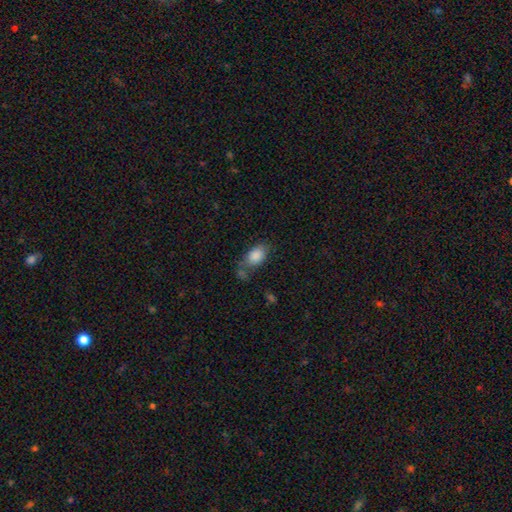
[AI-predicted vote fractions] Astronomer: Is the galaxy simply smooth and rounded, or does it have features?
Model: smooth — 85%.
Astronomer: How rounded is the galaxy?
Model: in between — 89%.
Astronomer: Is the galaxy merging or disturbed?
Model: none — 52%.